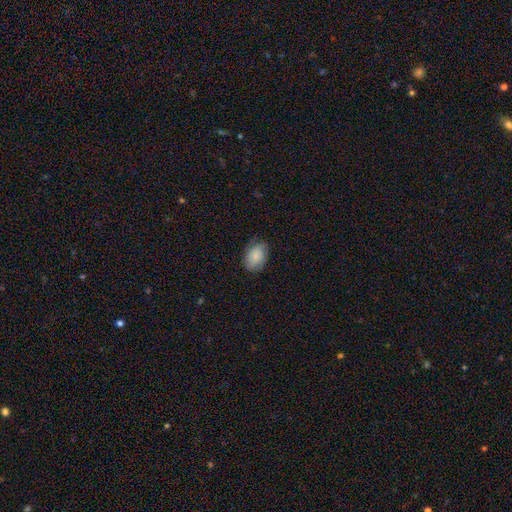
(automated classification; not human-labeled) Overall: smooth (83%). How rounded: in between (85%). Merging: none (76%).